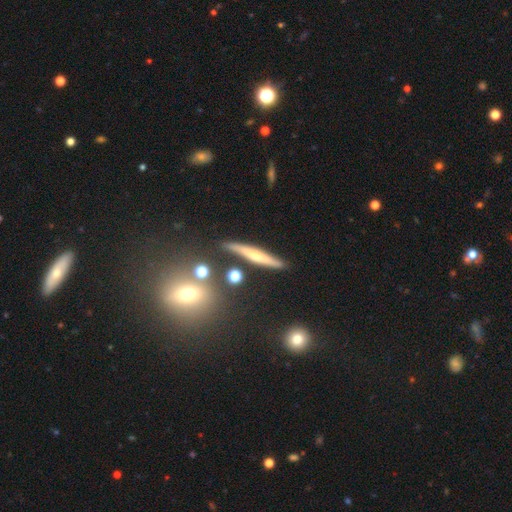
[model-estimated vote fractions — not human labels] This is possibly a featured or disk galaxy (49%). Merging: likely none (78%).